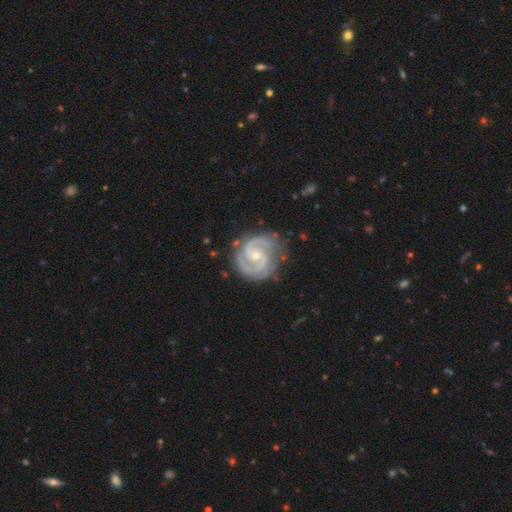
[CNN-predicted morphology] Overall: featured or disk (93%). Edge-on disk: no (98%). Bar: no (57%; weak 33%). Spiral arms: yes (99%). Spiral arm count: 2 (87%). Spiral winding: tight (56%; medium 40%). Bulge size: small (65%; moderate 32%). Merging: none (76%).